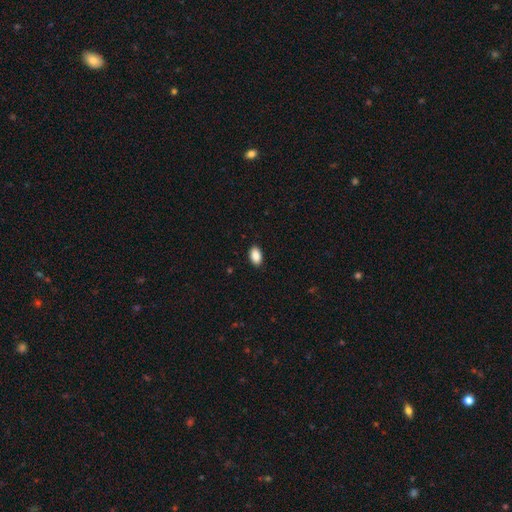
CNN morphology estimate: Q: Smooth or featured?
A: smooth (90%); runner-up: star or artifact (7%)
Q: How rounded?
A: in between (93%); runner-up: round (5%)
Q: Merging?
A: none (89%); runner-up: minor disturbance (8%)